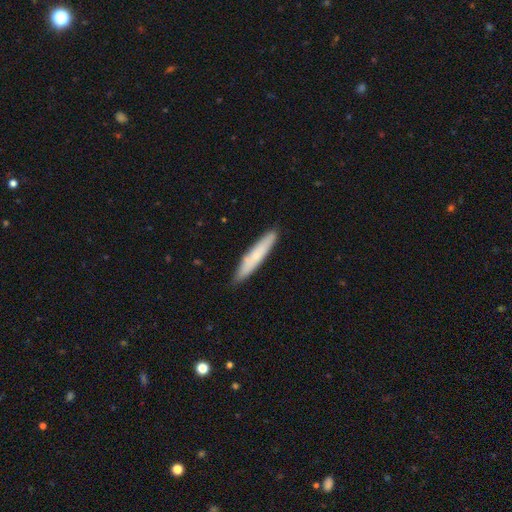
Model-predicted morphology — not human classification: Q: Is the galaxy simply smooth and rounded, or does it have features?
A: smooth — 67%.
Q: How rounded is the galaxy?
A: cigar-shaped — 92%.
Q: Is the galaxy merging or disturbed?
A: none — 88%.